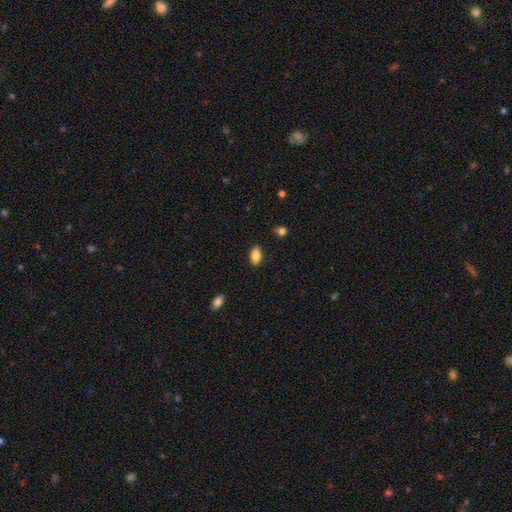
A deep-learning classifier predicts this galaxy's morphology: smooth-or-featured: smooth: 81% | featured or disk: 11% | star or artifact: 7%
  how-rounded: in between: 89% | cigar-shaped: 8% | round: 3%
  merging: none: 87% | minor disturbance: 9% | major disturbance: 2% | merger: 1%